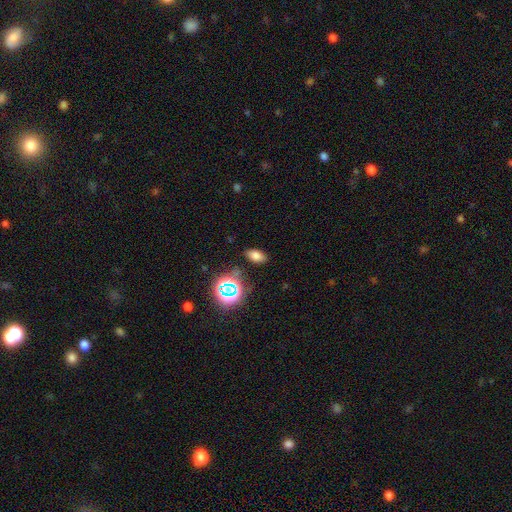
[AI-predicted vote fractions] Morphology: type=smooth (70%); roundness=in between (88%); merging=none (83%).